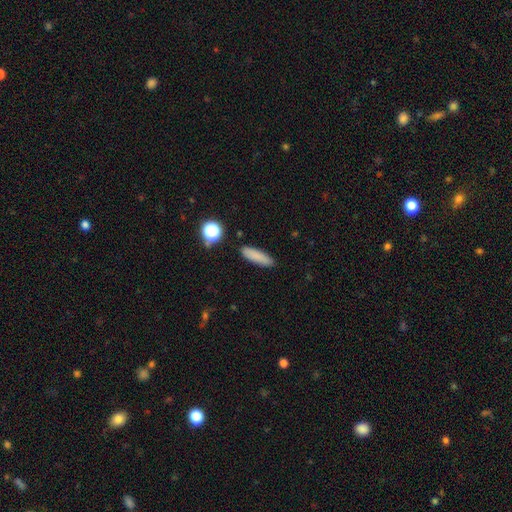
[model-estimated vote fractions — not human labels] Smooth or featured? Predicted: smooth (p=0.83). How rounded? Predicted: cigar-shaped (p=0.62). Merging? Predicted: none (p=0.87).